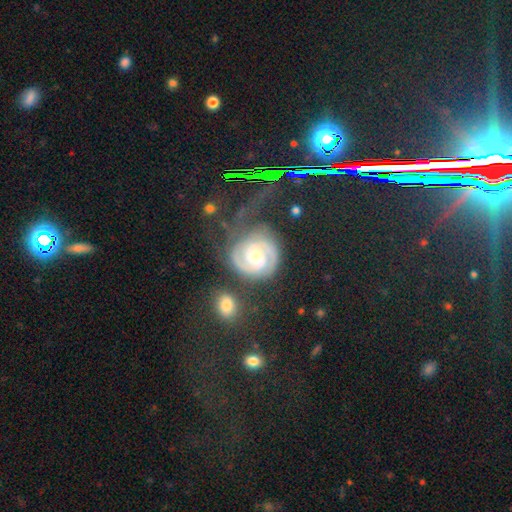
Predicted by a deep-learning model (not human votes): Smooth or featured: featured or disk — 89% (smooth — 6%)
Edge-on disk: no — 98% (yes — 2%)
Bar: no — 59% (weak — 32%)
Spiral arms: yes — 98% (no — 2%)
Spiral winding: tight — 72% (medium — 24%)
Spiral arm count: 2 — 78% (3 — 8%)
Bulge size: moderate — 53% (small — 41%)
Merging: none — 56% (minor disturbance — 20%)